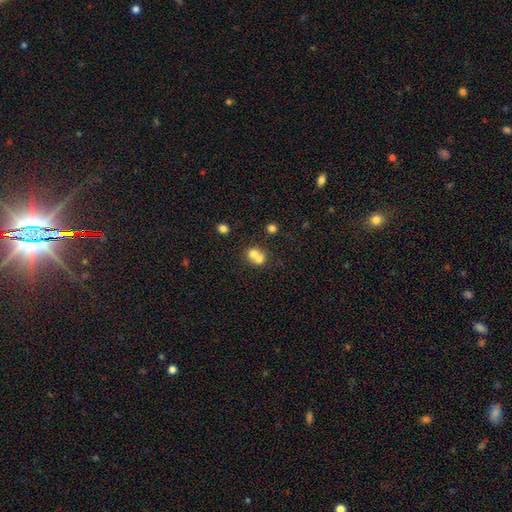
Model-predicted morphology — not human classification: Smooth or featured?
  - smooth: 69% *
  - featured or disk: 19%
  - star or artifact: 12%
How rounded?
  - round: 74% *
  - in between: 26%
  - cigar-shaped: 1%
Merging?
  - merger: 66% *
  - none: 26%
  - minor disturbance: 5%
  - major disturbance: 3%